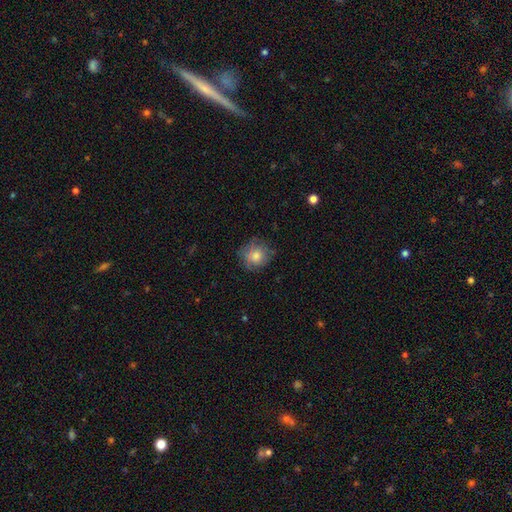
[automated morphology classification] The model was most divided on "smooth or featured": smooth: 68%, featured or disk: 22%, star or artifact: 10%. More confident: how rounded — round (86%); merging — none (73%).